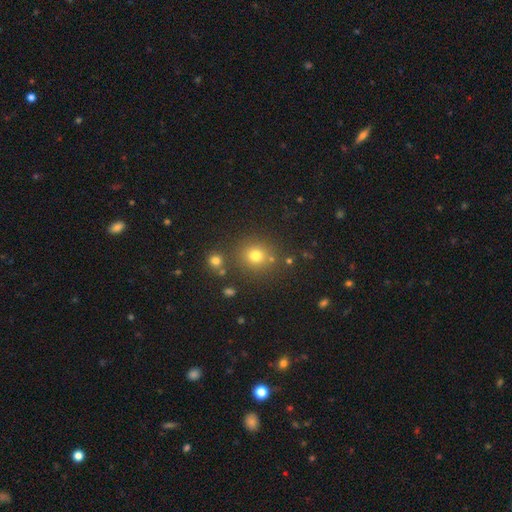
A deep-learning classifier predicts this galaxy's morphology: Q: Smooth or featured?
A: smooth (75%); runner-up: star or artifact (17%)
Q: How rounded?
A: round (88%); runner-up: in between (11%)
Q: Merging?
A: none (80%); runner-up: minor disturbance (9%)